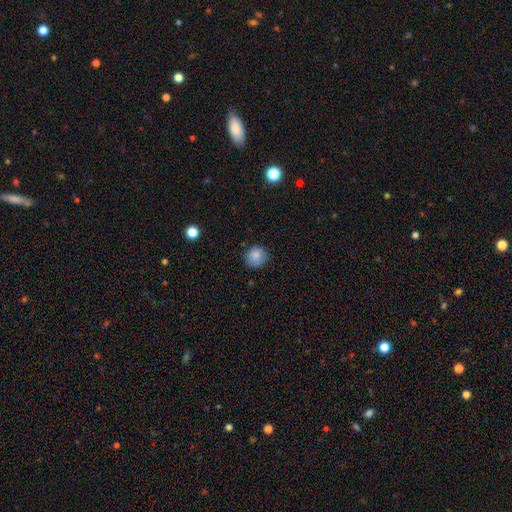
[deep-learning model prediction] This appears to be a smooth galaxy with no disk features (86%) that is round (88%). Merging: none (82%).